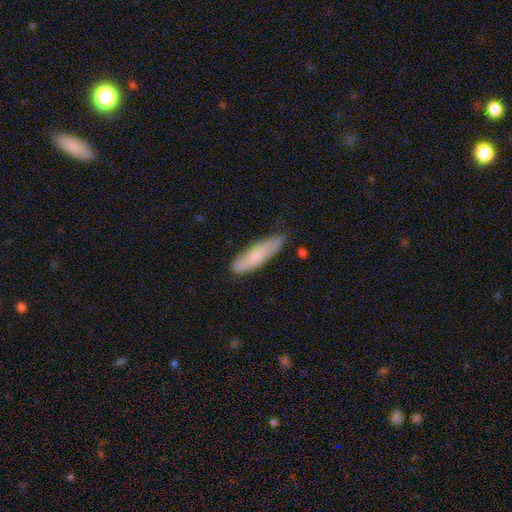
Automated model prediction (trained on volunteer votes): Morphology: type=smooth (66%); roundness=cigar-shaped (64%); merging=none (75%).